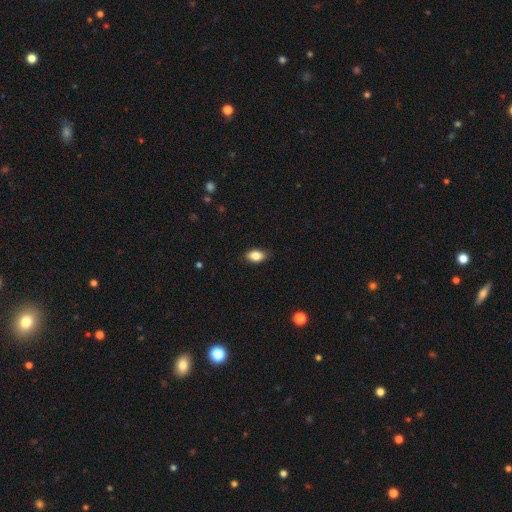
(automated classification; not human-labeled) Smooth or featured? smooth (86%)
How rounded? in between (87%)
Merging? none (86%)